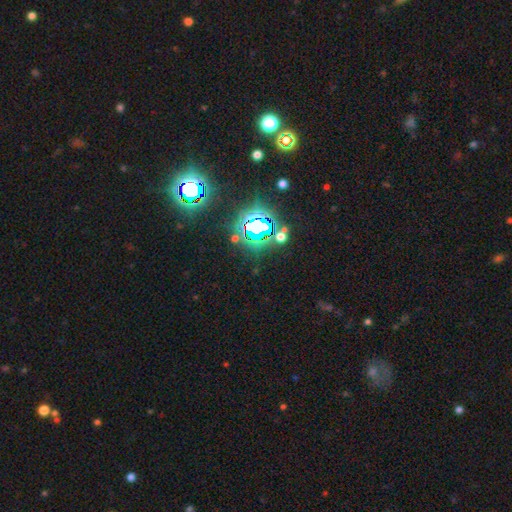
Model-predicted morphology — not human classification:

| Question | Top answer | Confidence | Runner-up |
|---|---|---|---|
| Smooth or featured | star or artifact | 80% | smooth (12%) |